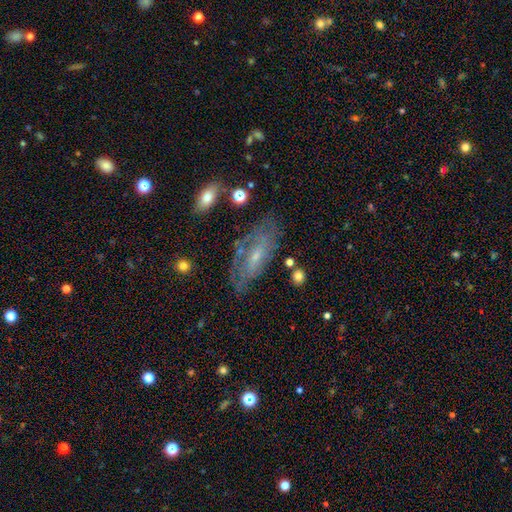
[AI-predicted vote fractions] This appears to be a featured or disk galaxy (66%) with no bar (57%), spiral arms (76%) and a small central bulge (68%). Merging: none (69%).